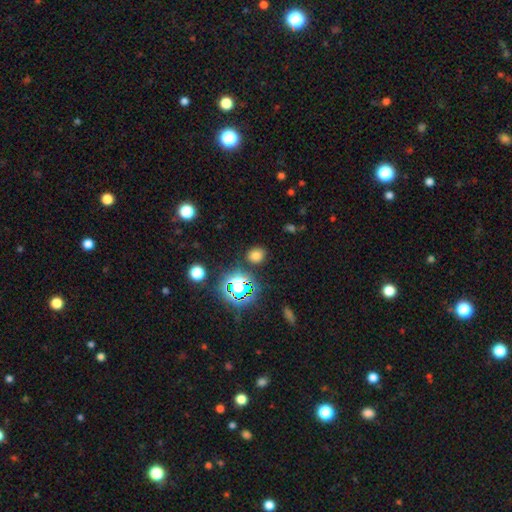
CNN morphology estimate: smooth_or_featured: smooth (p=0.69) [alt: star or artifact p=0.25]
how_rounded: round (p=0.63) [alt: in between p=0.36]
merging: none (p=0.84) [alt: minor disturbance p=0.09]